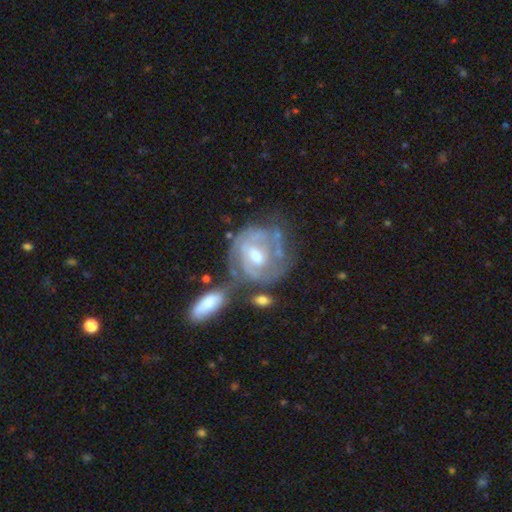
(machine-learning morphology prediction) type=featured or disk (82%); edge-on=no (96%); bar=weak (46%); spiral arms=yes (86%); winding=tight (61%); arm count=can't tell (39%); bulge=moderate (65%); merging=none (47%).